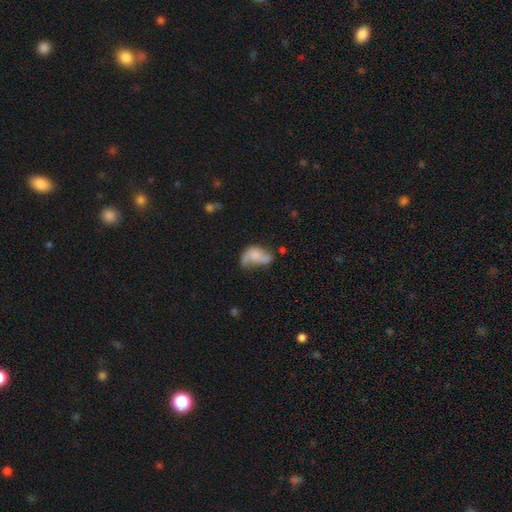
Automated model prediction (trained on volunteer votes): Smooth or featured?
  - featured or disk: 50% *
  - smooth: 40%
  - star or artifact: 10%
Merging?
  - none: 30% *
  - major disturbance: 29%
  - minor disturbance: 24%
  - merger: 17%